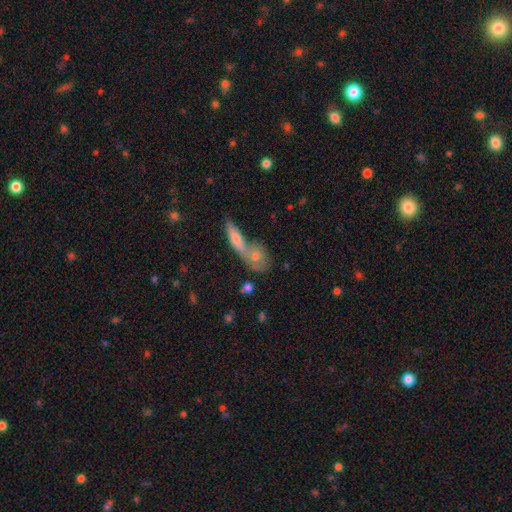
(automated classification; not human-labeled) This appears to be a smooth galaxy with no disk features (65%) that is in between round and cigar-shaped (51%). Merging: merger (50%).